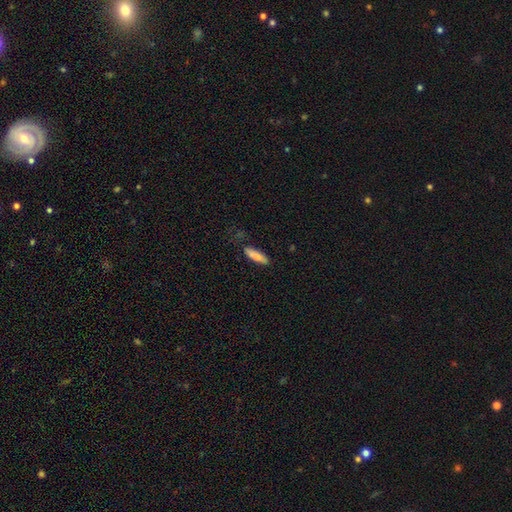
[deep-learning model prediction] smooth_or_featured: smooth (p=0.84) [alt: featured or disk p=0.10]
how_rounded: cigar-shaped (p=0.60) [alt: in between p=0.38]
merging: none (p=0.81) [alt: minor disturbance p=0.14]